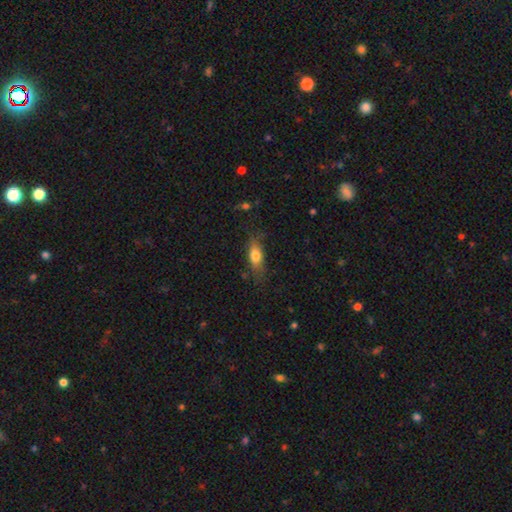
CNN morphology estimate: smooth 70%, featured or disk 22%, star or artifact 8%. Down the decision tree: how rounded — in between (65%); merging — none (68%).